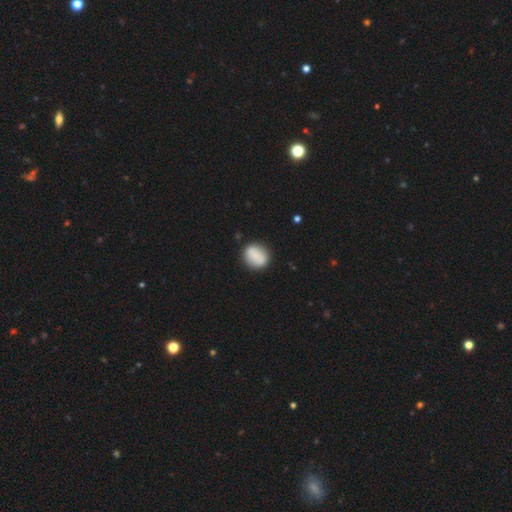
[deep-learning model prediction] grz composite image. It shows a smooth galaxy with no disk features (81%) that is round (65%). Merging: none (78%).